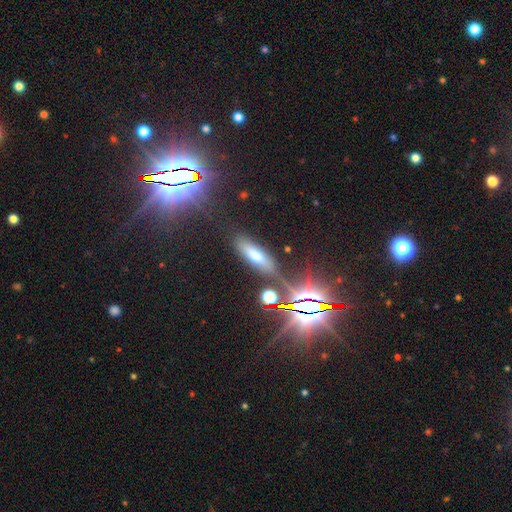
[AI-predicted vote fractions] A star or artifact, not a galaxy (42%).

Vote fractions:
- Smooth or featured? star or artifact: 42% / smooth: 40% / featured or disk: 18%